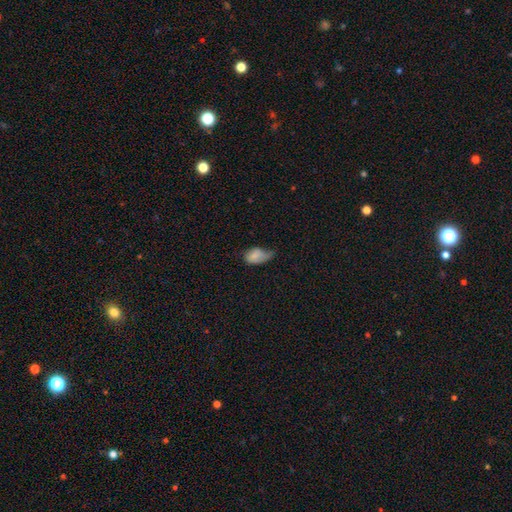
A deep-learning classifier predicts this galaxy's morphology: Q: Smooth or featured?
A: smooth (77%); runner-up: featured or disk (15%)
Q: How rounded?
A: in between (92%); runner-up: round (7%)
Q: Merging?
A: minor disturbance (44%); runner-up: major disturbance (27%)